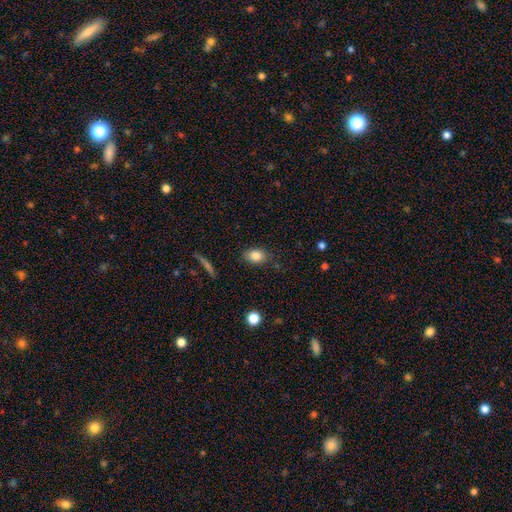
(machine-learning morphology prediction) A smooth galaxy with no disk features (84%) that is in between round and cigar-shaped (78%).

Vote fractions:
- Smooth or featured? smooth: 84% / star or artifact: 9% / featured or disk: 7%
- How rounded? in between: 78% / round: 20% / cigar-shaped: 2%
- Merging? none: 81% / minor disturbance: 13% / major disturbance: 3% / merger: 2%